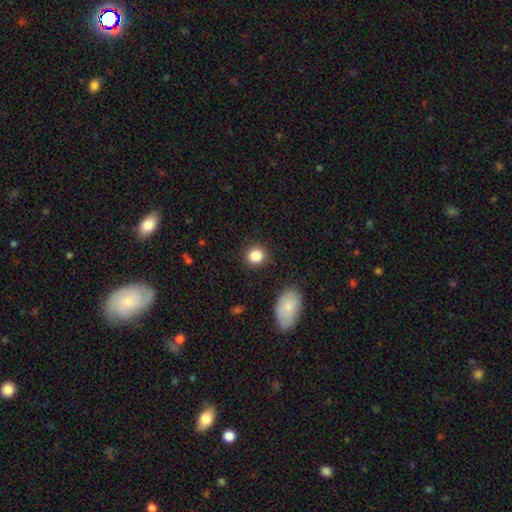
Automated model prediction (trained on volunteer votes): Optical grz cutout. It shows a smooth galaxy with no disk features (86%) that is round (85%). Merging: none (87%).